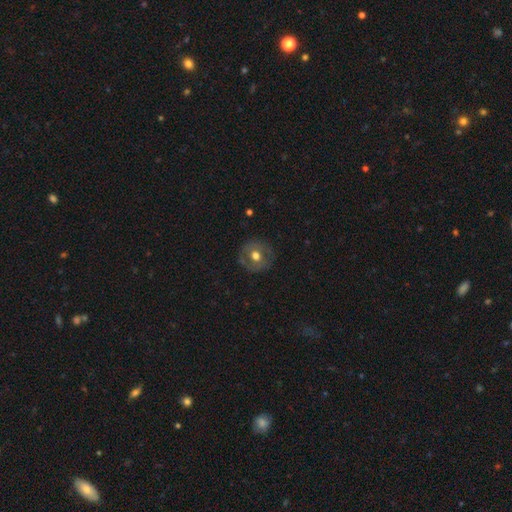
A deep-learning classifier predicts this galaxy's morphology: Smooth or featured?
  - smooth: 51% *
  - featured or disk: 41%
  - star or artifact: 8%
How rounded?
  - round: 90% *
  - in between: 9%
  - cigar-shaped: 1%
Merging?
  - none: 83% *
  - minor disturbance: 12%
  - major disturbance: 4%
  - merger: 1%